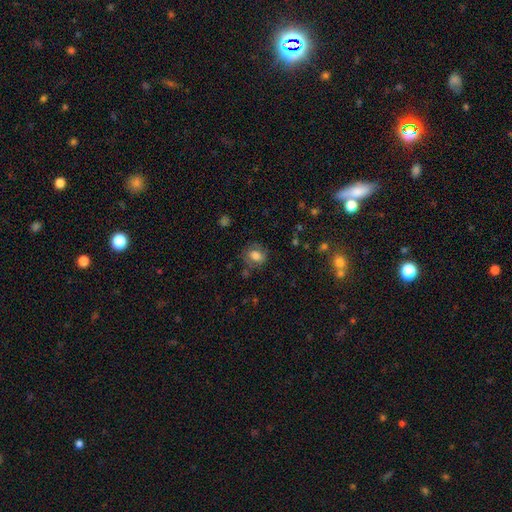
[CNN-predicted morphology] A smooth galaxy with no disk features (73%) that is round (54%).

Vote fractions:
- Smooth or featured? smooth: 73% / featured or disk: 17% / star or artifact: 10%
- How rounded? round: 54% / in between: 45% / cigar-shaped: 1%
- Merging? none: 71% / minor disturbance: 19% / major disturbance: 7% / merger: 3%